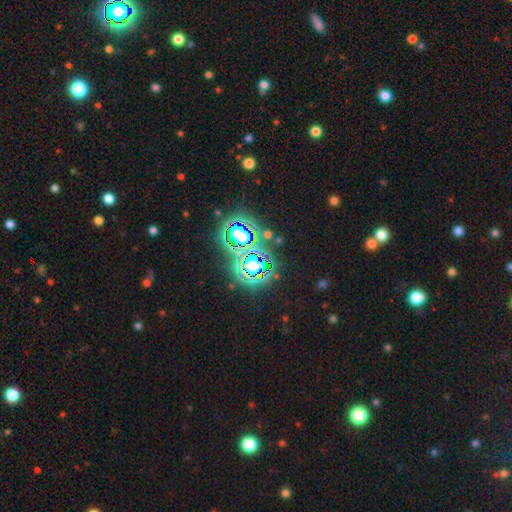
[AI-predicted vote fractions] smooth_or_featured: star or artifact (p=0.78) [alt: smooth p=0.13]